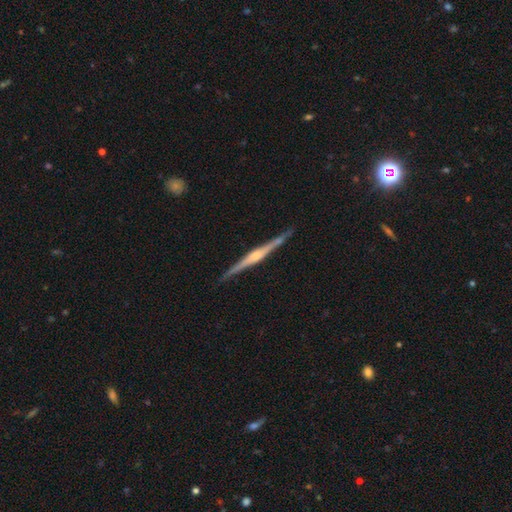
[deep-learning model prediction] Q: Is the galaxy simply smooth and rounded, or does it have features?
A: featured or disk — 83%.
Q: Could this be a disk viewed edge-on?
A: yes — 99%.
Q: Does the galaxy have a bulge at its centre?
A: rounded — 78%.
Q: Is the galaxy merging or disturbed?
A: none — 90%.